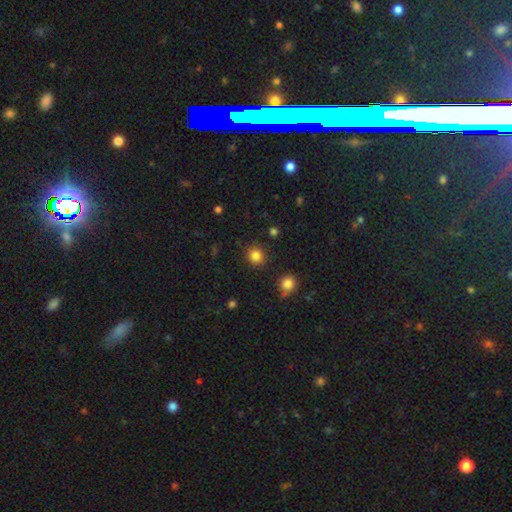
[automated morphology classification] smooth 84%, star or artifact 12%, featured or disk 5%. Down the decision tree: how rounded — round (88%); merging — none (89%).